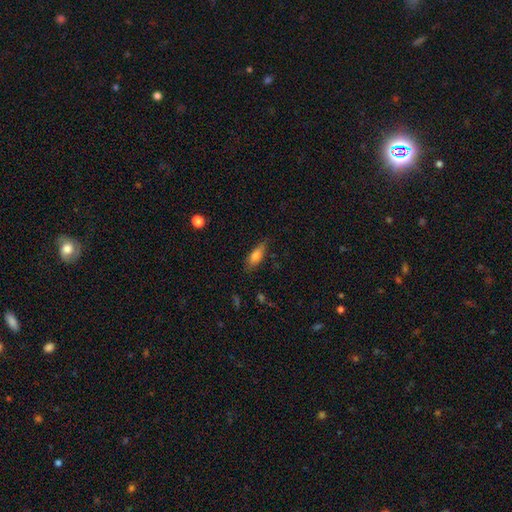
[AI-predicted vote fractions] The model was most divided on "how rounded": in between: 69%, cigar-shaped: 28%, round: 3%. More confident: smooth or featured — smooth (78%); merging — none (75%).